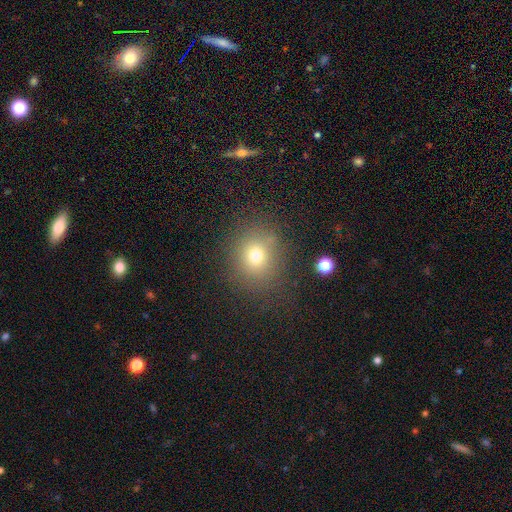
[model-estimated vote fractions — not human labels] smooth_or_featured: smooth (p=0.73) [alt: star or artifact p=0.17]
how_rounded: round (p=0.77) [alt: in between p=0.22]
merging: none (p=0.80) [alt: minor disturbance p=0.12]